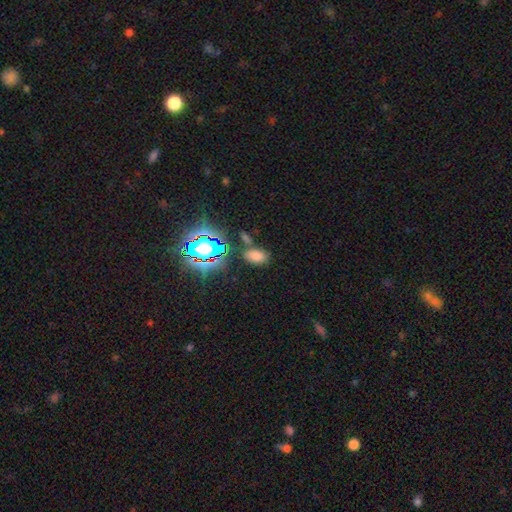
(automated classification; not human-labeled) Overall: smooth (66%). How rounded: in between (90%). Merging: none (72%).